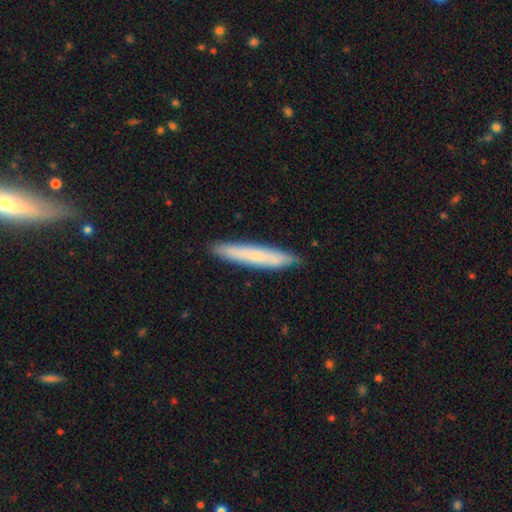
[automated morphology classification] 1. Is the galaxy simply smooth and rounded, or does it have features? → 63% smooth, 31% featured or disk, 6% star or artifact.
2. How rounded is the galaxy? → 94% cigar-shaped, 5% in between, 1% round.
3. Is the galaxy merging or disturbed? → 88% none, 9% minor disturbance, 1% major disturbance, 1% merger.